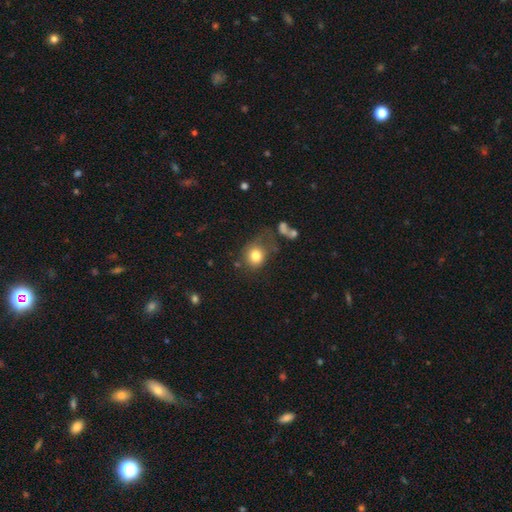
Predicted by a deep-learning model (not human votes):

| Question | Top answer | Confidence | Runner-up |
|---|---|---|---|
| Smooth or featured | smooth | 80% | featured or disk (10%) |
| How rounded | round | 71% | in between (28%) |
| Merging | none | 54% | minor disturbance (22%) |